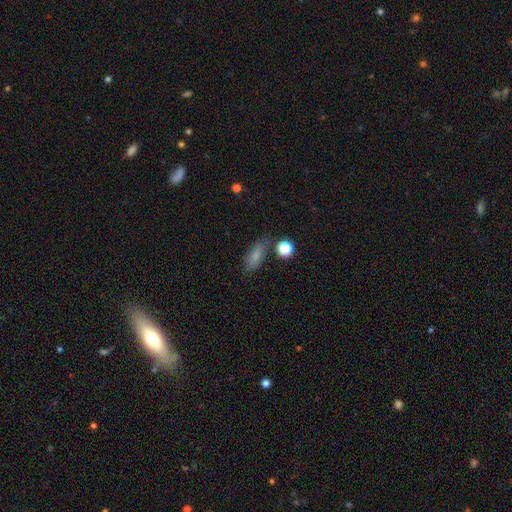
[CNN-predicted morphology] This is likely a smooth galaxy (78%). How rounded: likely in between (73%). Merging: likely none (72%).